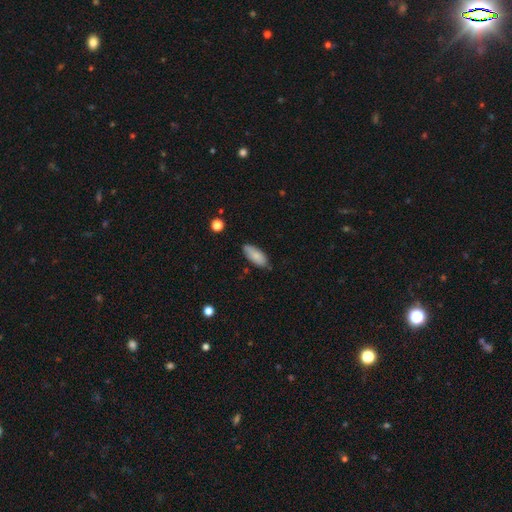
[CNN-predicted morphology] smooth 82%, featured or disk 11%, star or artifact 7%. Down the decision tree: how rounded — in between (82%); merging — none (76%).